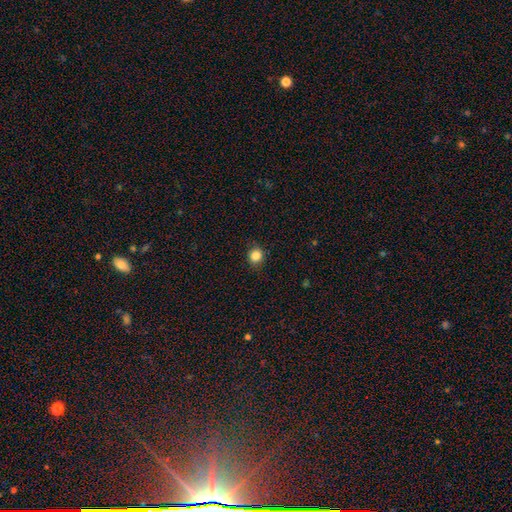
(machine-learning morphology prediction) smooth_or_featured: smooth (p=0.84) [alt: star or artifact p=0.11]
how_rounded: round (p=0.86) [alt: in between p=0.13]
merging: none (p=0.87) [alt: minor disturbance p=0.09]